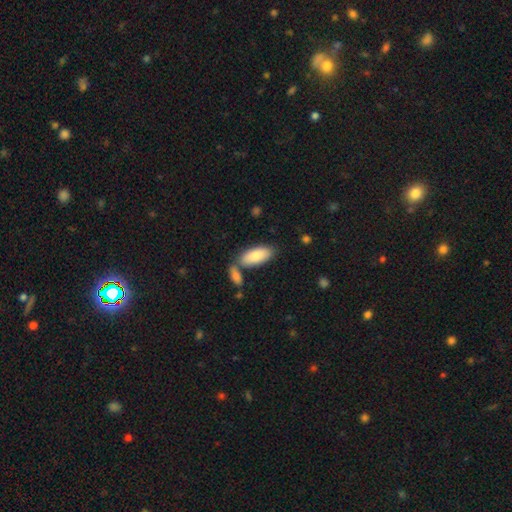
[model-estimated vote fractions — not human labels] smooth_or_featured: smooth (p=0.84) [alt: featured or disk p=0.11]
how_rounded: in between (p=0.86) [alt: cigar-shaped p=0.12]
merging: none (p=0.63) [alt: merger p=0.21]